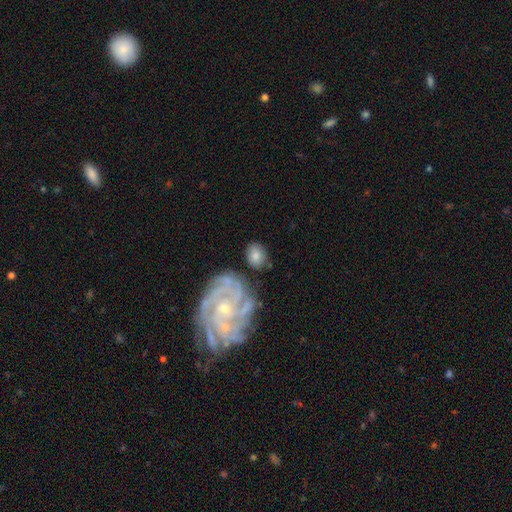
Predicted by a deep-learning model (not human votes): Smooth or featured? smooth (61%)
How rounded? in between (59%)
Merging? none (75%)